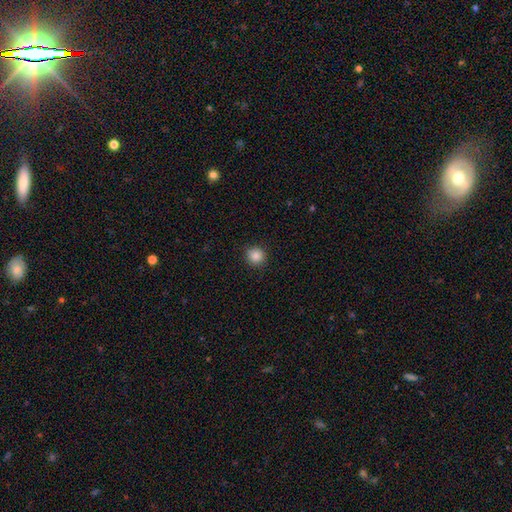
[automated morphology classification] Smooth or featured? smooth (86%)
How rounded? round (92%)
Merging? none (90%)